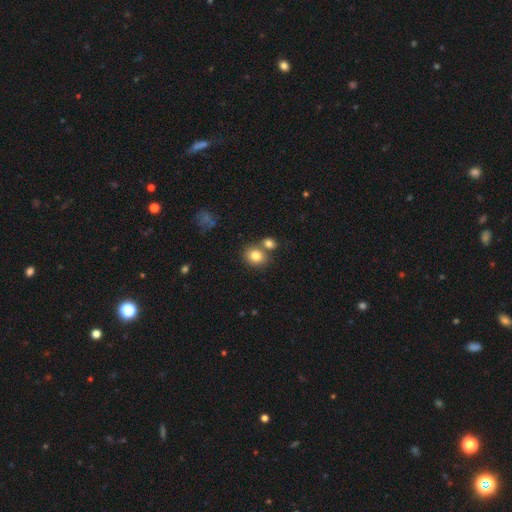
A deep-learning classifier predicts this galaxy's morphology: smooth 81%, star or artifact 10%, featured or disk 9%. Down the decision tree: how rounded — round (66%); merging — none (60%).